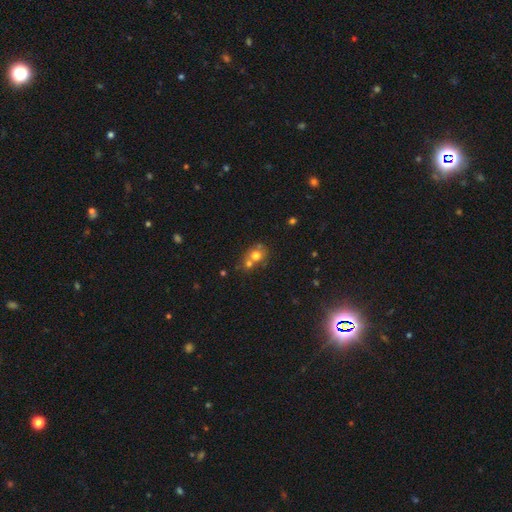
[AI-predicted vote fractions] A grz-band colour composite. It shows a smooth galaxy with no disk features (69%) that is round (72%). Merging: merger (50%).